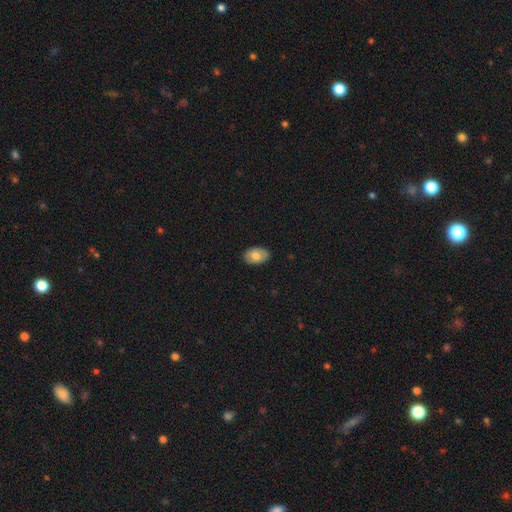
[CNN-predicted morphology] A smooth galaxy with no disk features (73%) that is in between round and cigar-shaped (89%). Merging: none (85%).